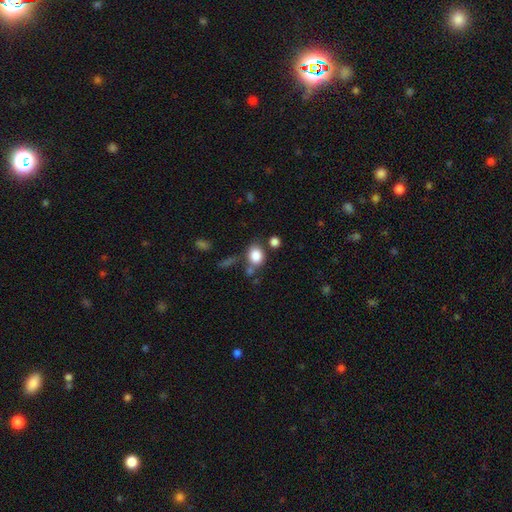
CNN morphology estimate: The model was most divided on "how rounded": in between: 50%, round: 48%, cigar-shaped: 1%. More confident: smooth or featured — smooth (83%); merging — none (60%).